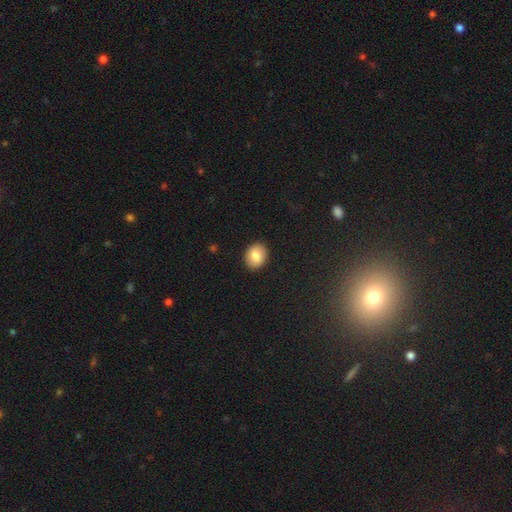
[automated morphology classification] Smooth or featured? smooth (82%)
How rounded? in between (54%)
Merging? none (89%)